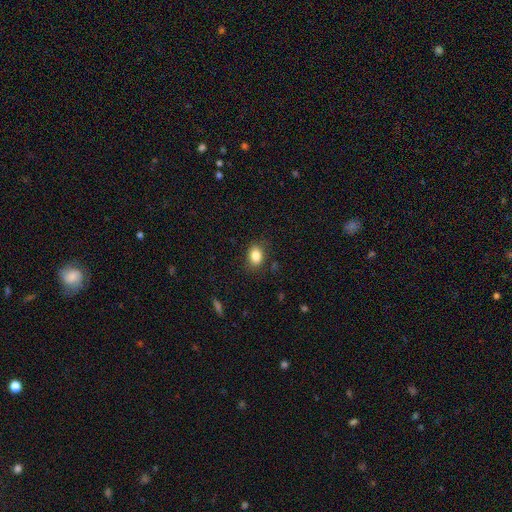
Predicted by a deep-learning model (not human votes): This is clearly a smooth galaxy (85%). How rounded: likely in between (72%). Merging: clearly none (83%).